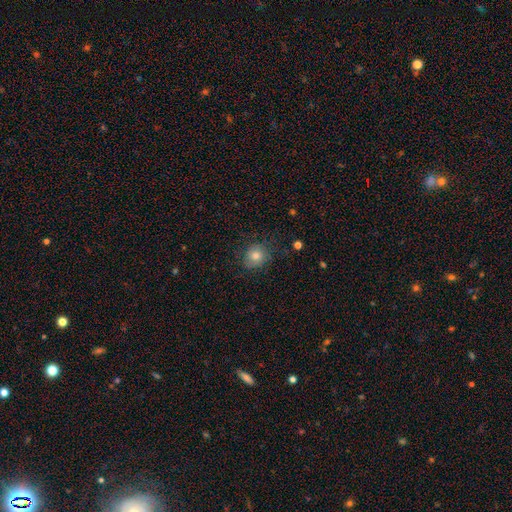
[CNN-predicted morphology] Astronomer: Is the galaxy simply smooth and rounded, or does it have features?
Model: smooth — 72%.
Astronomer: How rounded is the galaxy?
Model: round — 79%.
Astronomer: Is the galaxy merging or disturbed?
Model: none — 77%.